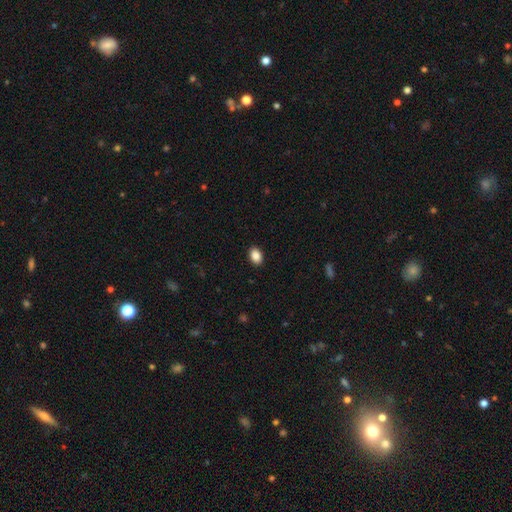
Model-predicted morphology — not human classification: A smooth galaxy with no disk features (88%) that is in between round and cigar-shaped (81%).

Vote fractions:
- Smooth or featured? smooth: 88% / star or artifact: 8% / featured or disk: 4%
- How rounded? in between: 81% / round: 17% / cigar-shaped: 1%
- Merging? none: 91% / minor disturbance: 6% / major disturbance: 2% / merger: 1%